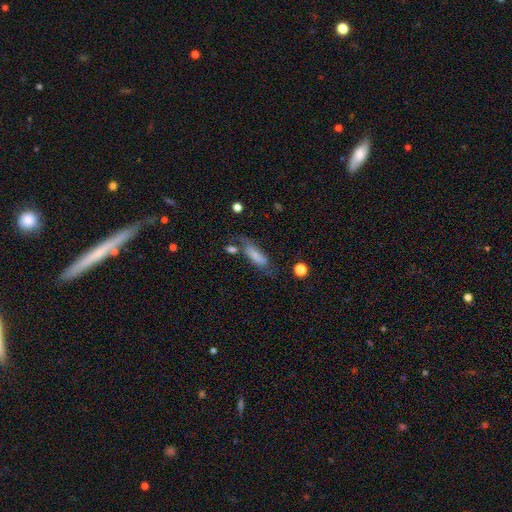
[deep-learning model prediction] Q: Smooth or featured?
A: smooth (66%); runner-up: featured or disk (25%)
Q: How rounded?
A: in between (53%); runner-up: cigar-shaped (43%)
Q: Merging?
A: none (45%); runner-up: minor disturbance (26%)